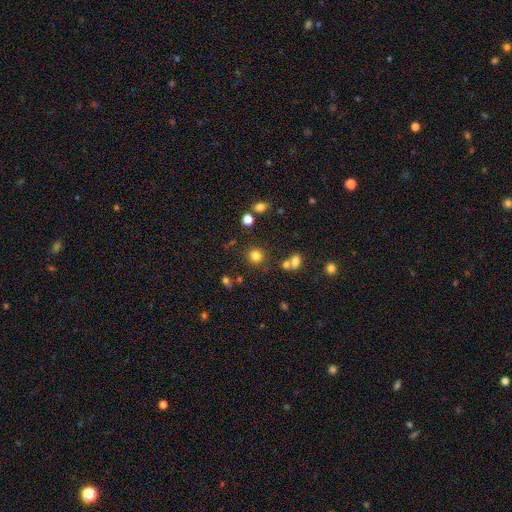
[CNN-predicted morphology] type=smooth (79%); roundness=round (90%); merging=none (82%).